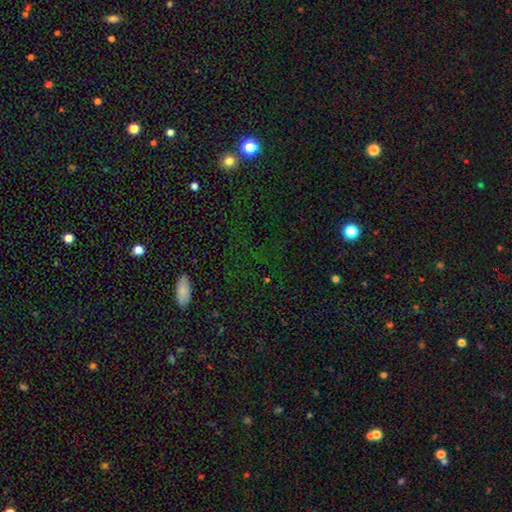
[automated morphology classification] type=star or artifact (53%).